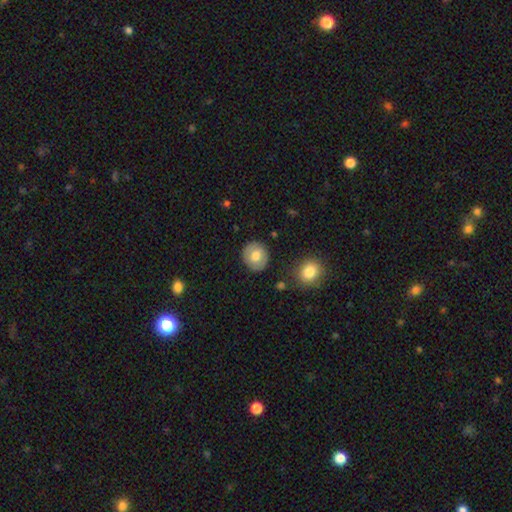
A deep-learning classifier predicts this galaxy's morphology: Overall: smooth (71%). How rounded: round (79%). Merging: none (86%).